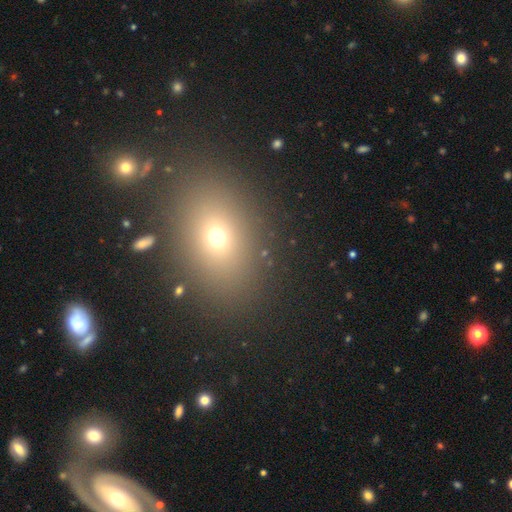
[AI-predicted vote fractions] Smooth or featured? smooth (60%)
How rounded? in between (67%)
Merging? none (85%)